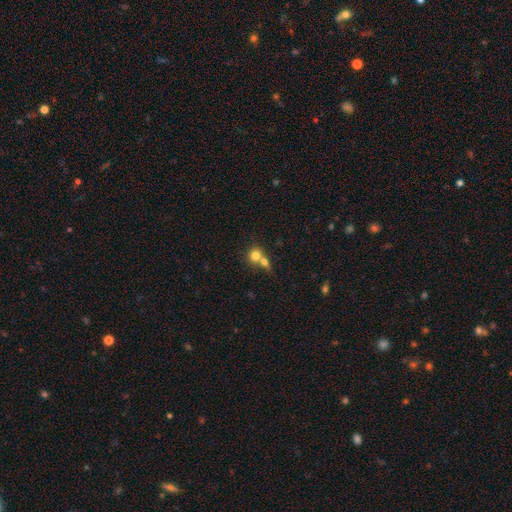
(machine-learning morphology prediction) Smooth or featured? smooth (76%)
How rounded? round (81%)
Merging? merger (57%)